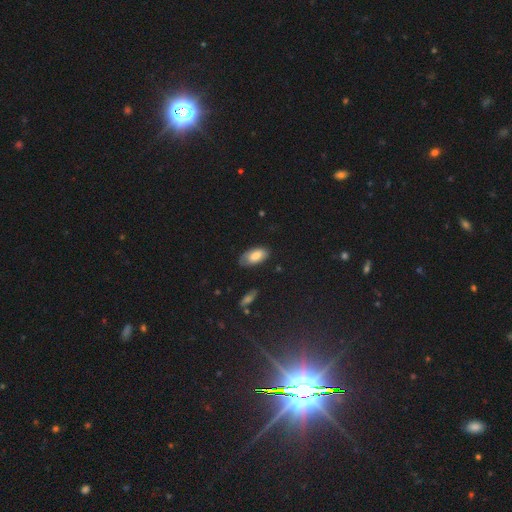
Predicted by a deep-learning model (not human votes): A smooth galaxy with no disk features (79%) that is in between round and cigar-shaped (93%). Merging: none (69%).